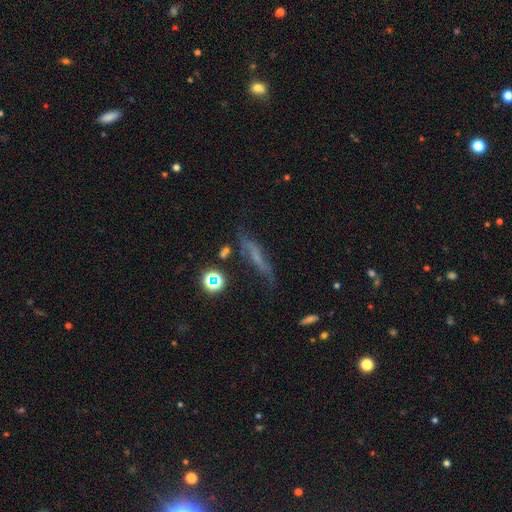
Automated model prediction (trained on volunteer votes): A featured or disk galaxy (47%). Merging: none (58%).